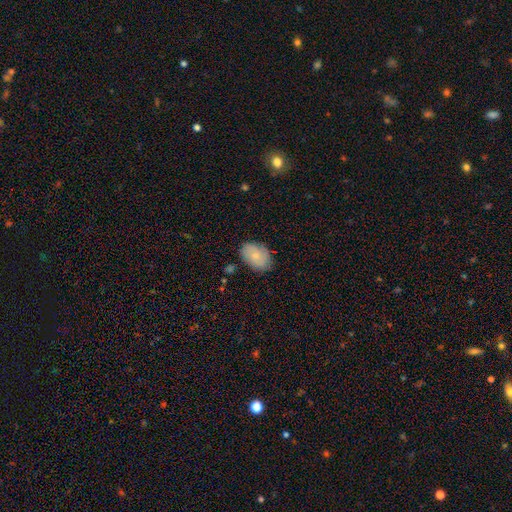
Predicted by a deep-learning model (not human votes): A smooth galaxy with no disk features (72%) that is in between round and cigar-shaped (85%). Merging: none (79%).